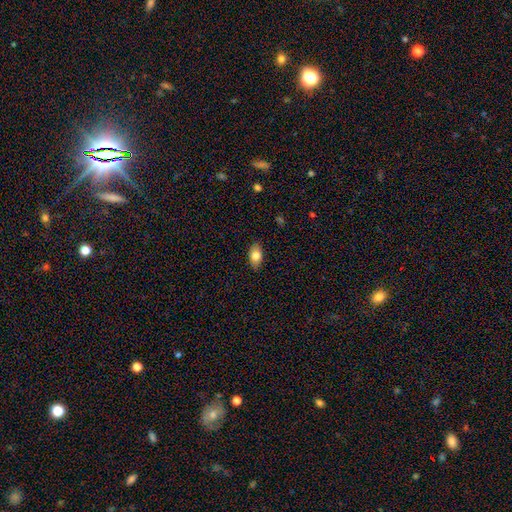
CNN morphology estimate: This is clearly a smooth galaxy (80%). How rounded: clearly in between (90%). Merging: clearly none (87%).